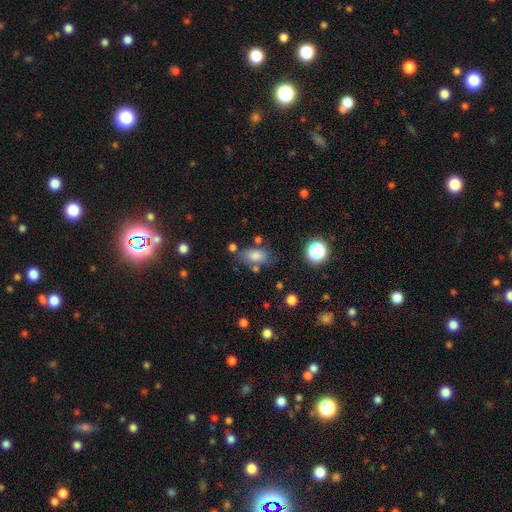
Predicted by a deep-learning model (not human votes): This is likely a smooth galaxy (79%). How rounded: clearly in between (86%). Merging: likely none (67%).